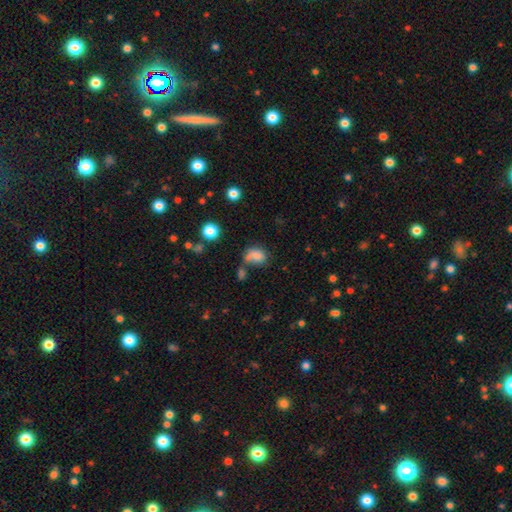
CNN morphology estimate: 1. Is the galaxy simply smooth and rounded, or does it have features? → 77% smooth, 12% star or artifact, 11% featured or disk.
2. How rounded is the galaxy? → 65% in between, 33% round, 1% cigar-shaped.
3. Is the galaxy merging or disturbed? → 42% none, 24% merger, 20% minor disturbance, 14% major disturbance.